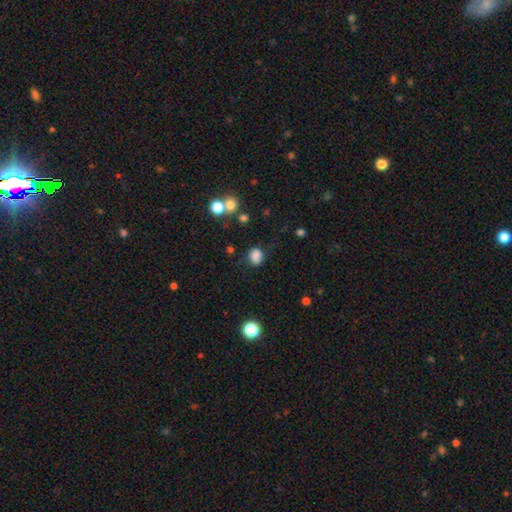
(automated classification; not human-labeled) Morphology: type=smooth (82%); roundness=round (52%); merging=none (68%).